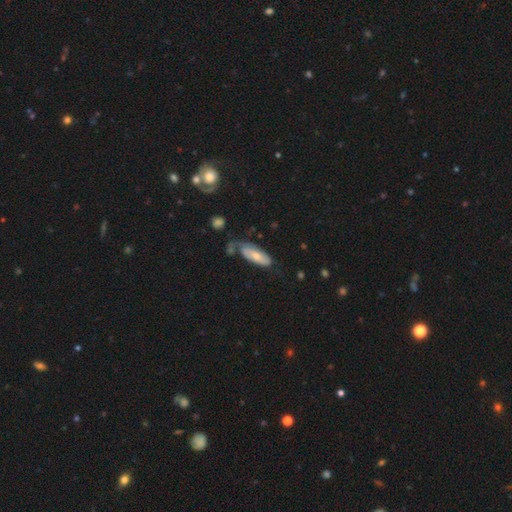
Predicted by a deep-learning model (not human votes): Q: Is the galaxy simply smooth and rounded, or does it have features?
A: smooth — 57%.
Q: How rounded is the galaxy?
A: in between — 73%.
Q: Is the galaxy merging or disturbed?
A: none — 44%.